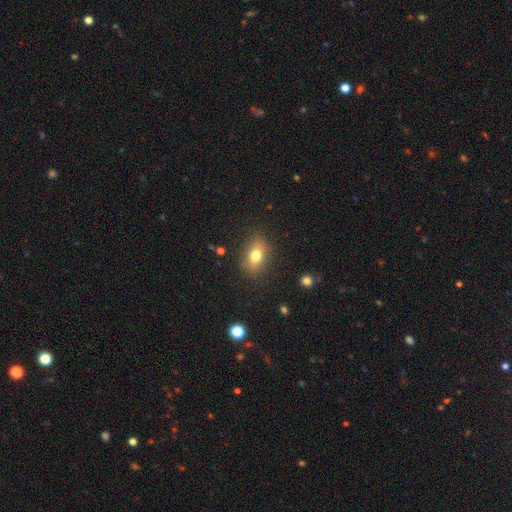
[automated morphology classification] Smooth or featured: smooth — 74% (featured or disk — 16%)
How rounded: in between — 78% (round — 18%)
Merging: none — 83% (minor disturbance — 12%)